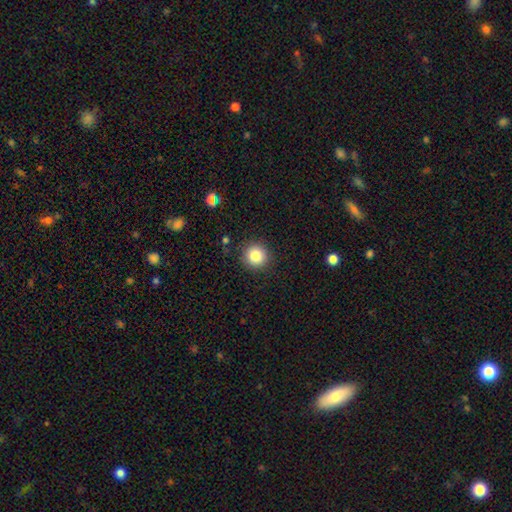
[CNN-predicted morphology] A smooth galaxy with no disk features (83%) that is round (93%). Merging: none (89%).